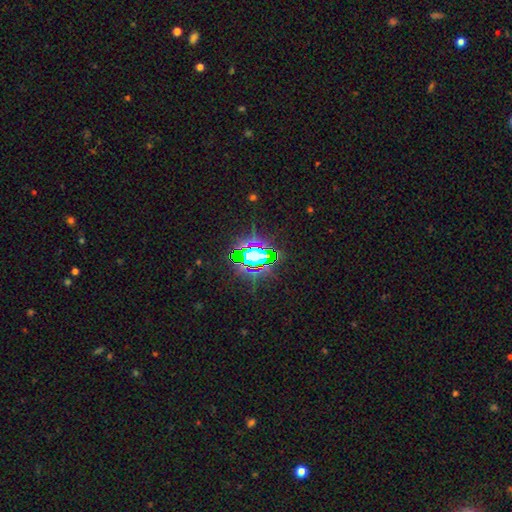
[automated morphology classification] A star or artifact, not a galaxy (73%).